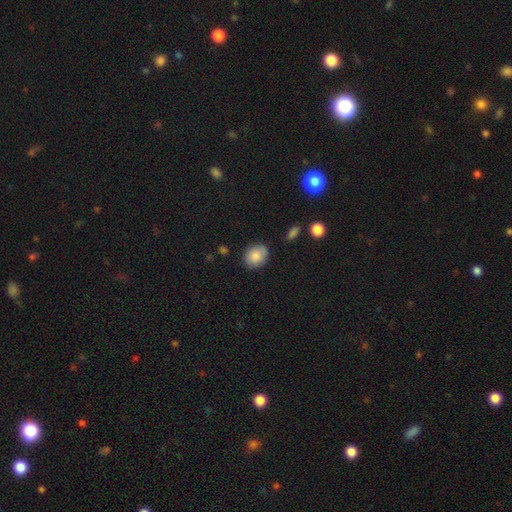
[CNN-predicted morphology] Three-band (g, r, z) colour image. It shows a smooth galaxy with no disk features (86%) that is round (50%). Merging: none (82%).